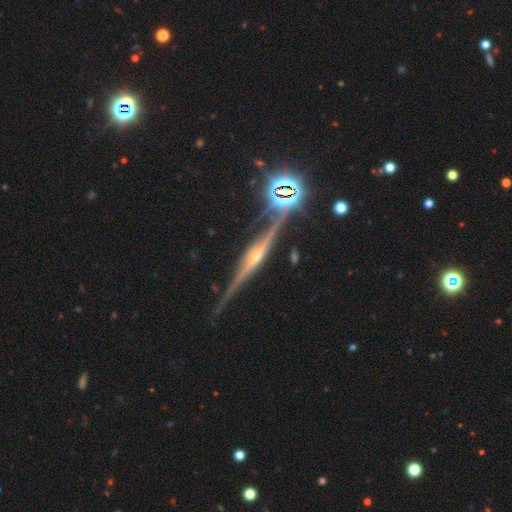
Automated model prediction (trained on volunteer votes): featured or disk 82%, star or artifact 12%, smooth 6%. Down the decision tree: edge-on disk — yes (96%); edge-on bulge — rounded (82%); merging — none (78%).